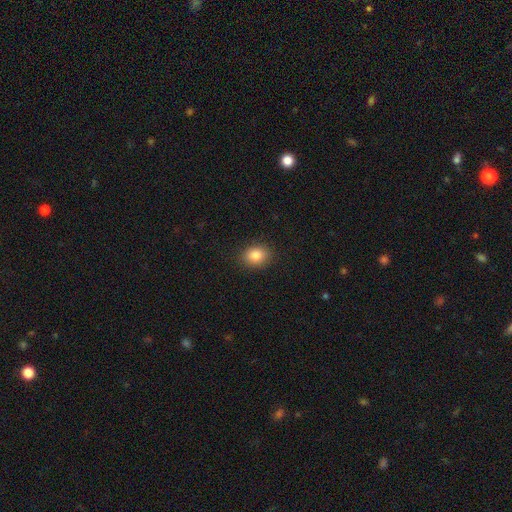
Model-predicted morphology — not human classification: Smooth or featured: smooth — 84% (star or artifact — 10%)
How rounded: in between — 51% (round — 48%)
Merging: none — 89% (minor disturbance — 8%)